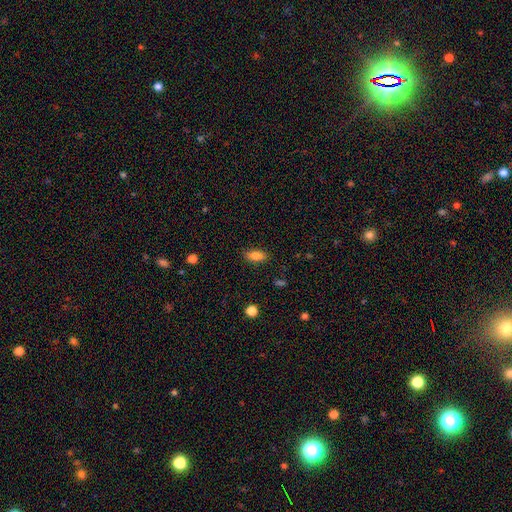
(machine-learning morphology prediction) Smooth or featured? smooth (86%)
How rounded? in between (85%)
Merging? none (86%)